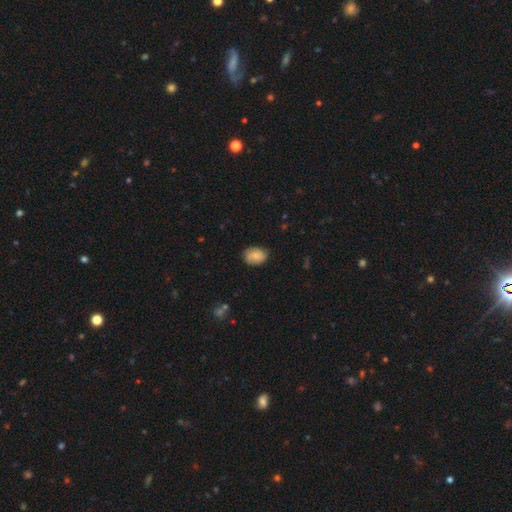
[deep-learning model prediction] Overall: smooth (62%; featured or disk 31%). How rounded: in between (63%; round 36%). Merging: none (75%).